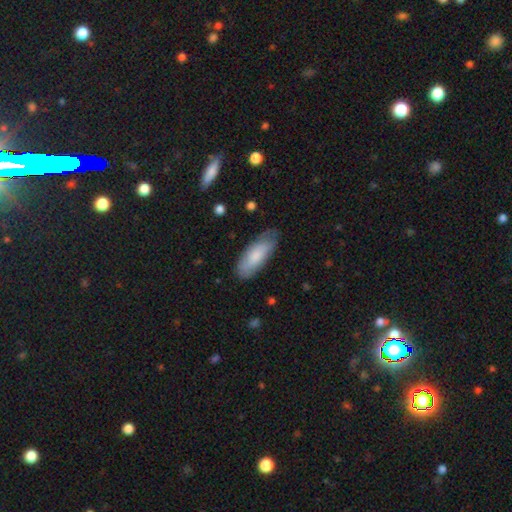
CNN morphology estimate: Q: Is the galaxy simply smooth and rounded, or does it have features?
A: smooth — 78%.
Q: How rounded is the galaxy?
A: in between — 72%.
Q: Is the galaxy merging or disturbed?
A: none — 75%.